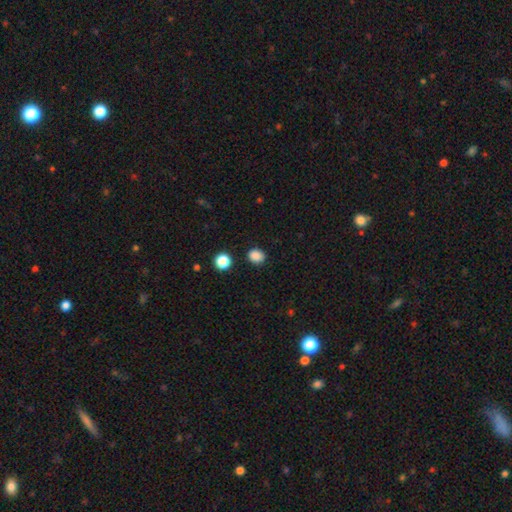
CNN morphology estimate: Smooth or featured? smooth (85%)
How rounded? round (67%)
Merging? none (87%)